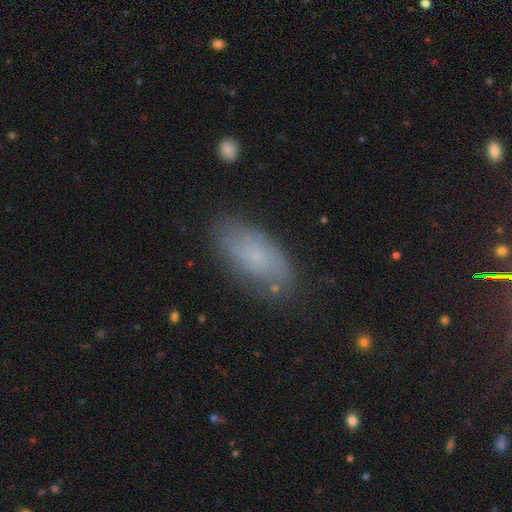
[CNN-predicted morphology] This appears to be a smooth galaxy with no disk features (55%) that is in between round and cigar-shaped (88%). Merging: none (77%).